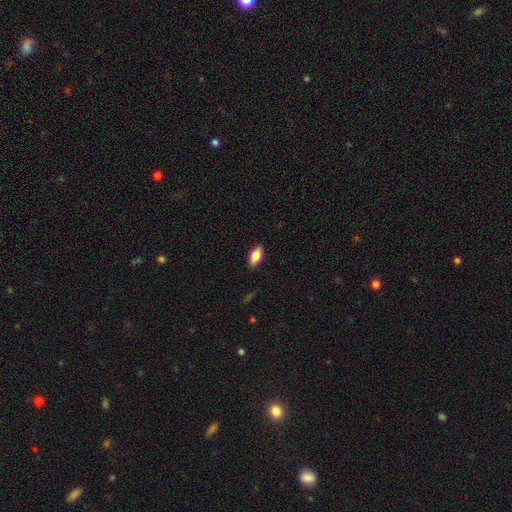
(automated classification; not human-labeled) smooth_or_featured: smooth (p=0.80) [alt: featured or disk p=0.13]
how_rounded: in between (p=0.87) [alt: cigar-shaped p=0.10]
merging: none (p=0.87) [alt: minor disturbance p=0.10]